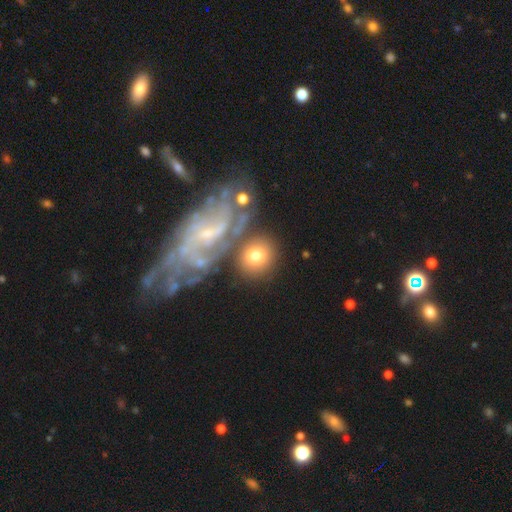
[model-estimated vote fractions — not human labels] Q: Smooth or featured?
A: smooth (65%); runner-up: featured or disk (27%)
Q: How rounded?
A: round (75%); runner-up: in between (23%)
Q: Merging?
A: none (62%); runner-up: merger (18%)